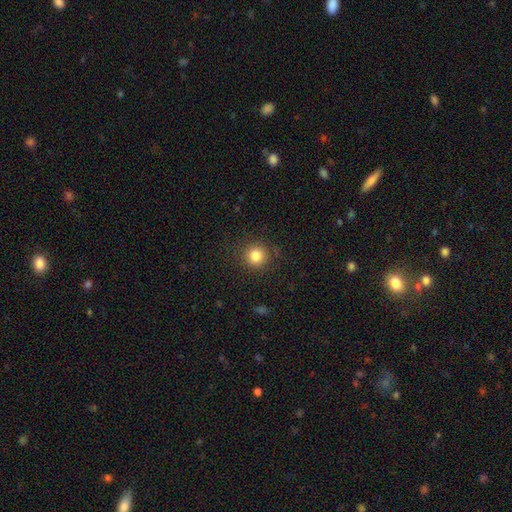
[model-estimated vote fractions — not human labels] Q: Smooth or featured?
A: smooth (83%); runner-up: star or artifact (11%)
Q: How rounded?
A: round (93%); runner-up: in between (6%)
Q: Merging?
A: none (88%); runner-up: minor disturbance (8%)